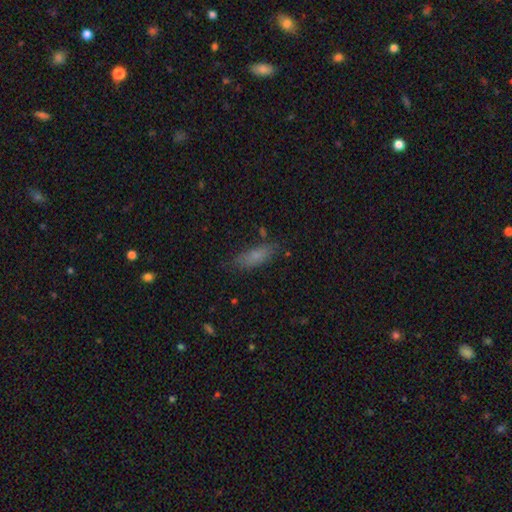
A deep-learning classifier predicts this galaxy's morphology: Smooth or featured? smooth (77%)
How rounded? in between (56%)
Merging? none (73%)